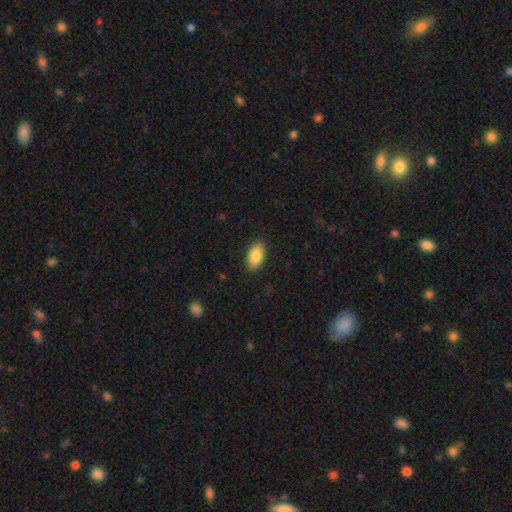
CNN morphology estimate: This is clearly a smooth galaxy (85%). How rounded: clearly in between (93%). Merging: clearly none (88%).